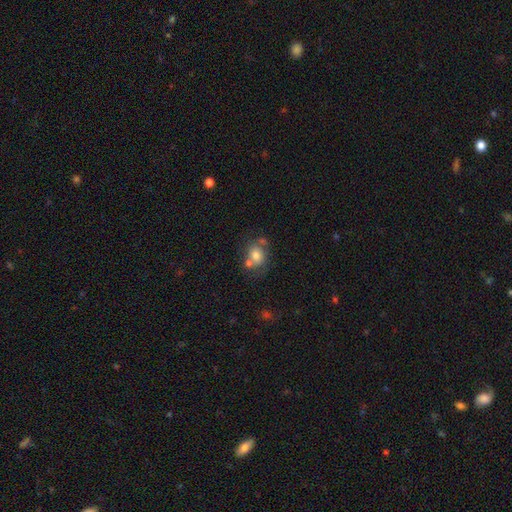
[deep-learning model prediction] Smooth or featured? Predicted: smooth (p=0.70). How rounded? Predicted: round (p=0.53). Merging? Predicted: none (p=0.47).